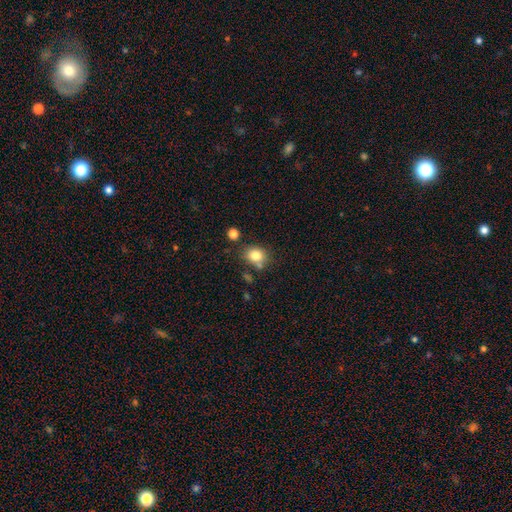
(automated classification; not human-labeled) Overall: smooth (80%). How rounded: round (62%; in between 37%). Merging: none (68%).